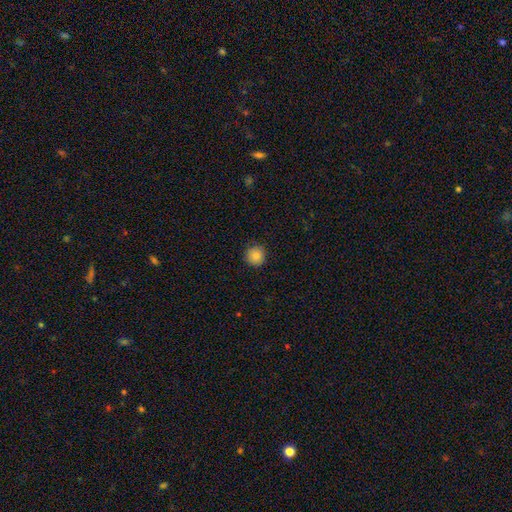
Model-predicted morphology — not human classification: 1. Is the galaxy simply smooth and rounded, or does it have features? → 86% smooth, 9% star or artifact, 5% featured or disk.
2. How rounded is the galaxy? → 95% round, 4% in between, 1% cigar-shaped.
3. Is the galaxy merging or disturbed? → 90% none, 7% minor disturbance, 2% major disturbance, 1% merger.